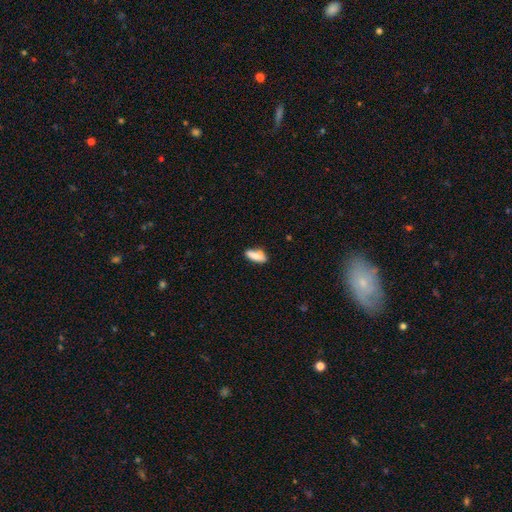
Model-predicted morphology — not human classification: This is likely a smooth galaxy (79%). How rounded: likely in between (73%). Merging: possibly none (56%).